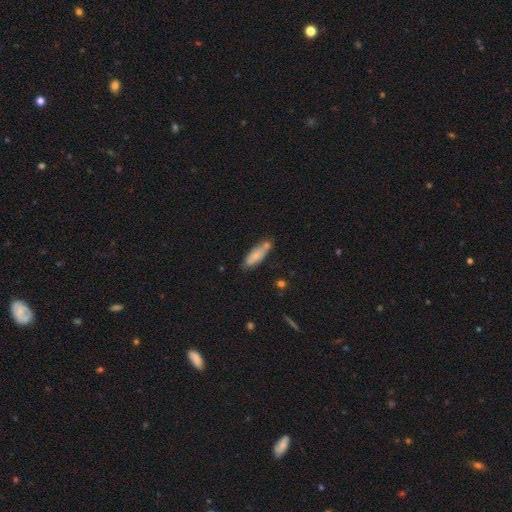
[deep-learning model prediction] The model was most divided on "how rounded": in between: 56%, cigar-shaped: 42%, round: 2%. More confident: smooth or featured — smooth (71%); merging — none (56%).